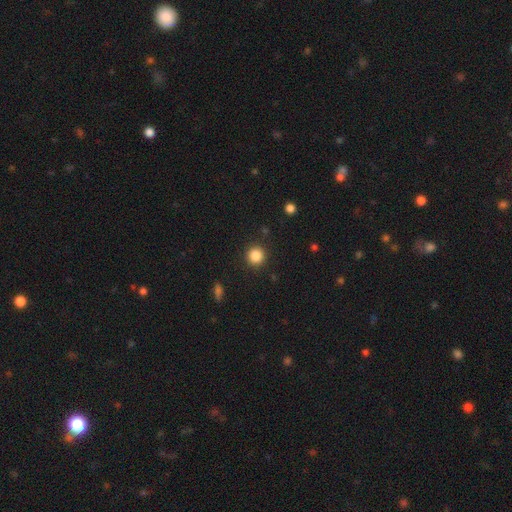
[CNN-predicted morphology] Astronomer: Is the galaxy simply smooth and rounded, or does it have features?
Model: smooth — 85%.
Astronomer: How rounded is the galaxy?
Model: round — 94%.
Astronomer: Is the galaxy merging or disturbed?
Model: none — 91%.